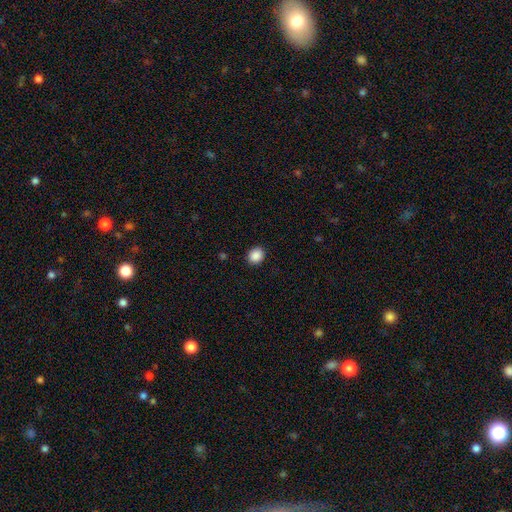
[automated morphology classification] Q: Smooth or featured?
A: smooth (89%); runner-up: star or artifact (9%)
Q: How rounded?
A: round (74%); runner-up: in between (25%)
Q: Merging?
A: none (91%); runner-up: minor disturbance (6%)